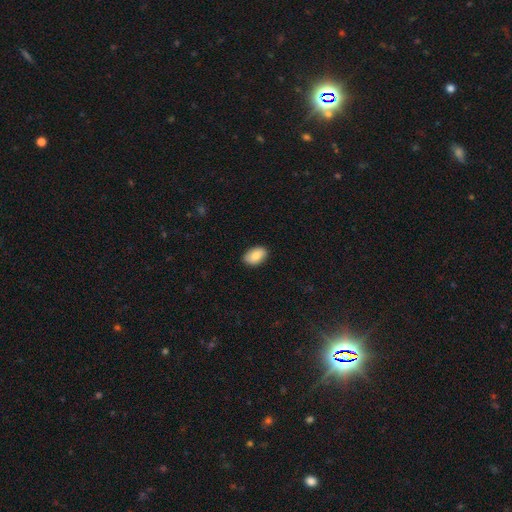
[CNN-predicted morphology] smooth_or_featured: smooth (p=0.85) [alt: featured or disk p=0.08]
how_rounded: in between (p=0.90) [alt: round p=0.08]
merging: none (p=0.88) [alt: minor disturbance p=0.09]